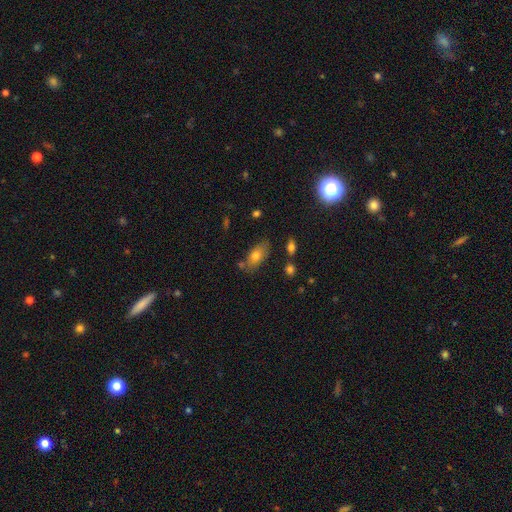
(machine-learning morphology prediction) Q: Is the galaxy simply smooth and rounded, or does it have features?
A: smooth — 73%.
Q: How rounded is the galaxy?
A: in between — 87%.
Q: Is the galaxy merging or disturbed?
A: none — 71%.